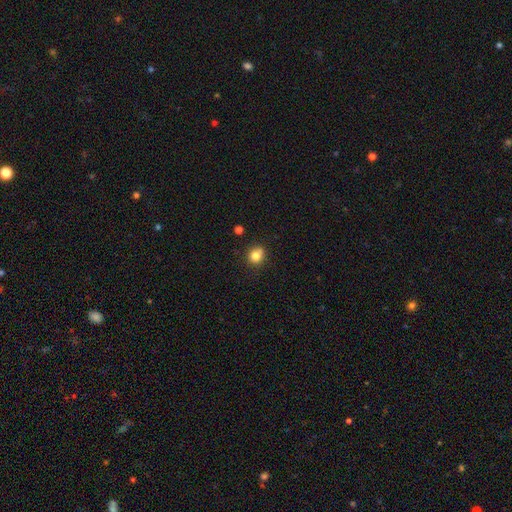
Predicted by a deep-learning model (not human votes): Smooth or featured? smooth (82%)
How rounded? round (75%)
Merging? none (75%)